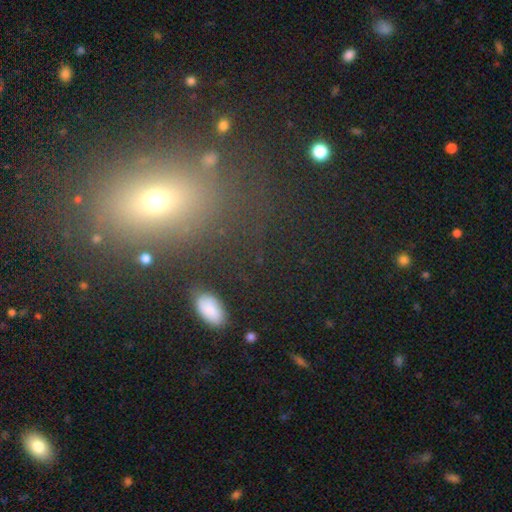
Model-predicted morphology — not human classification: A smooth galaxy with no disk features (56%) that is in between round and cigar-shaped (65%).

Vote fractions:
- Smooth or featured? smooth: 56% / star or artifact: 31% / featured or disk: 14%
- How rounded? in between: 65% / round: 29% / cigar-shaped: 5%
- Merging? none: 81% / minor disturbance: 10% / major disturbance: 5% / merger: 4%